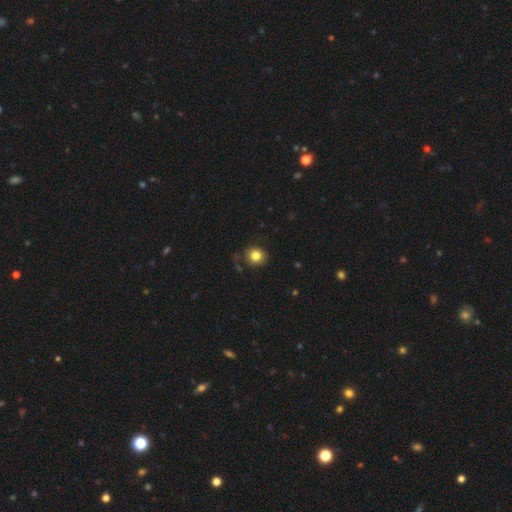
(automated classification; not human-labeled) smooth_or_featured: smooth (p=0.83) [alt: star or artifact p=0.11]
how_rounded: round (p=0.87) [alt: in between p=0.13]
merging: none (p=0.84) [alt: minor disturbance p=0.11]